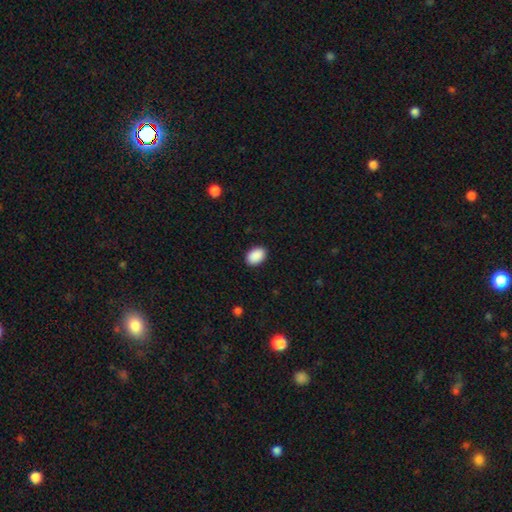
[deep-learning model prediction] smooth-or-featured: smooth: 91% | star or artifact: 7% | featured or disk: 2%
  how-rounded: in between: 86% | round: 13% | cigar-shaped: 1%
  merging: none: 90% | minor disturbance: 7% | major disturbance: 2% | merger: 1%